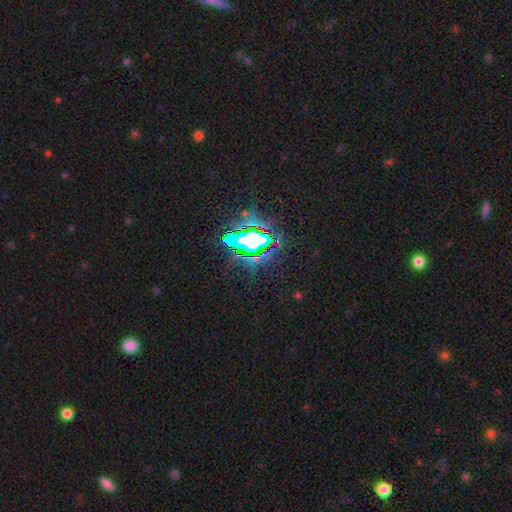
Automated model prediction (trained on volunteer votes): Morphology: type=star or artifact (68%).